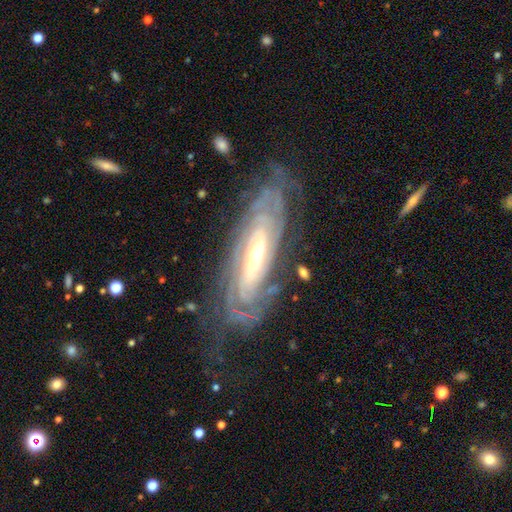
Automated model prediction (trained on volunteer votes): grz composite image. It shows a featured or disk galaxy (88%) with no bar (47%), tight (80%) spiral arms (96%) and a small central bulge (48%). Merging: none (71%).